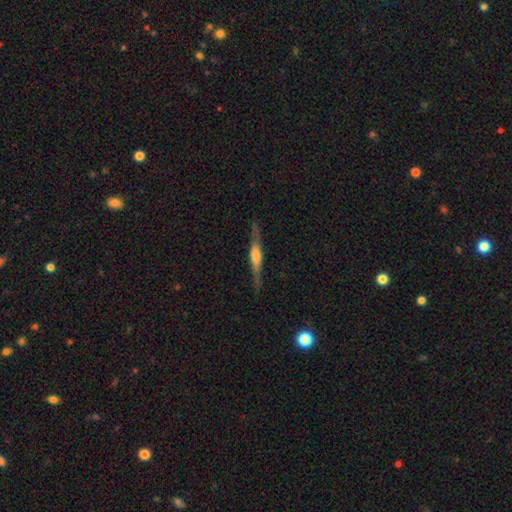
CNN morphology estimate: featured or disk 68%, smooth 26%, star or artifact 6%. Down the decision tree: edge-on disk — yes (96%); edge-on bulge — rounded (68%); merging — none (86%).